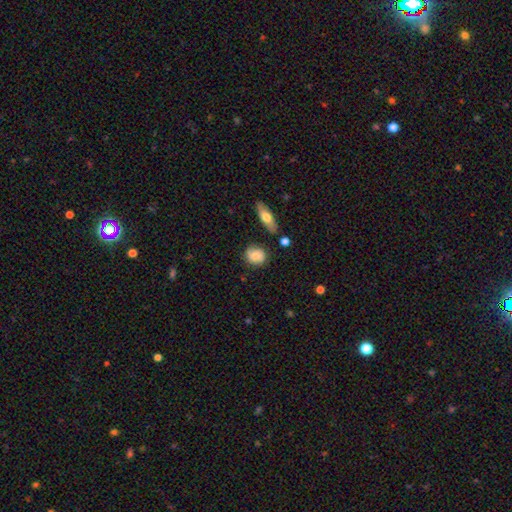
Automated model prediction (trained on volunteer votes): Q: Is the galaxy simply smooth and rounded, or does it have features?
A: smooth — 81%.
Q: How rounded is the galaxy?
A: round — 66%.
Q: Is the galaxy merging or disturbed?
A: none — 76%.